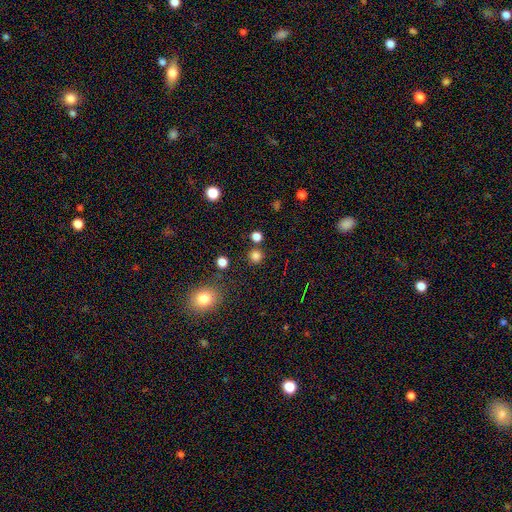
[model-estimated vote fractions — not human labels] Smooth or featured? smooth (80%)
How rounded? round (93%)
Merging? none (85%)